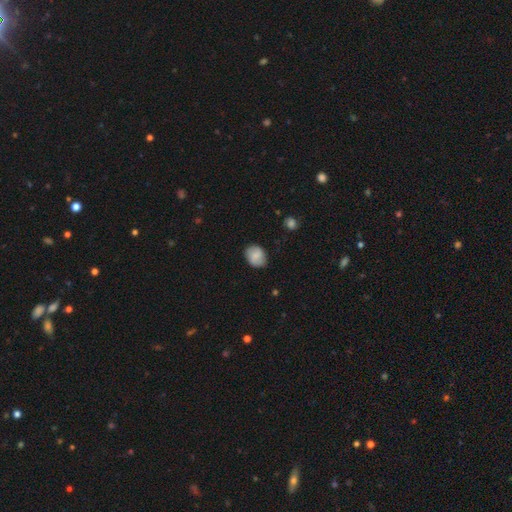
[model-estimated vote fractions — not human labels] A smooth galaxy with no disk features (77%) that is in between round and cigar-shaped (51%).

Vote fractions:
- Smooth or featured? smooth: 77% / featured or disk: 15% / star or artifact: 8%
- How rounded? in between: 51% / round: 48% / cigar-shaped: 1%
- Merging? none: 78% / minor disturbance: 17% / major disturbance: 3% / merger: 1%